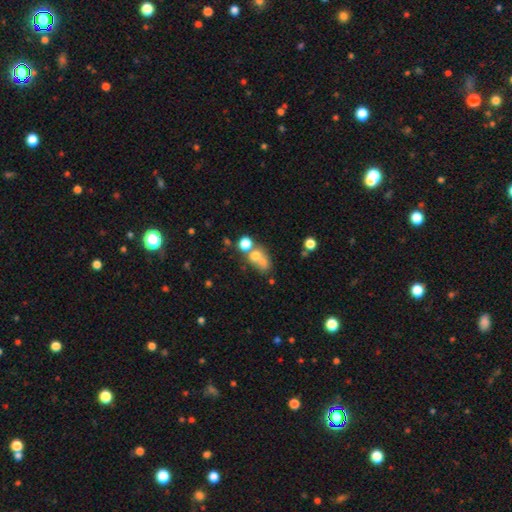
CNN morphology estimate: smooth-or-featured: smooth: 62% | featured or disk: 20% | star or artifact: 17%
  how-rounded: round: 58% | in between: 40% | cigar-shaped: 2%
  merging: merger: 52% | none: 33% | minor disturbance: 9% | major disturbance: 7%